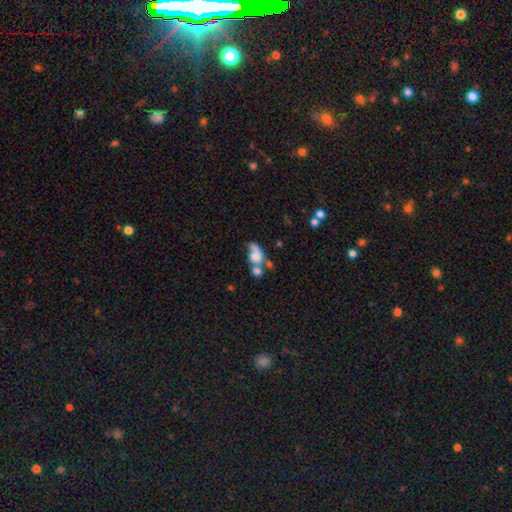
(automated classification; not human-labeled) smooth_or_featured: smooth (p=0.53) [alt: featured or disk p=0.36]
how_rounded: in between (p=0.71) [alt: round p=0.25]
merging: merger (p=0.51) [alt: major disturbance p=0.21]